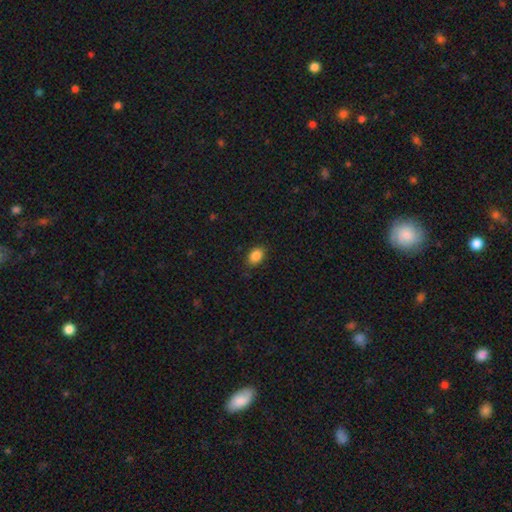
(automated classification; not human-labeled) Morphology: type=smooth (87%); roundness=in between (80%); merging=none (84%).